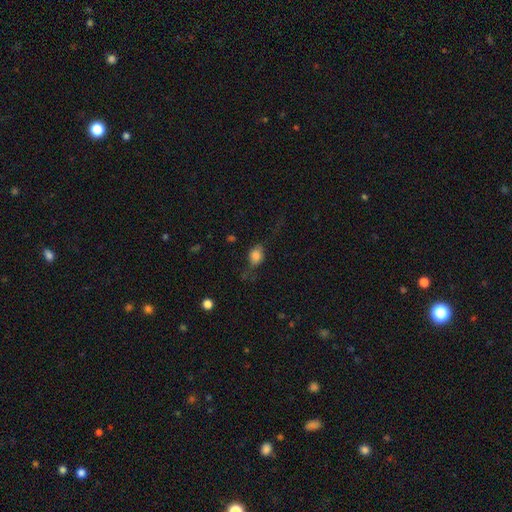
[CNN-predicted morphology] Smooth or featured: smooth — 78% (featured or disk — 12%)
How rounded: in between — 69% (round — 29%)
Merging: none — 52% (minor disturbance — 27%)